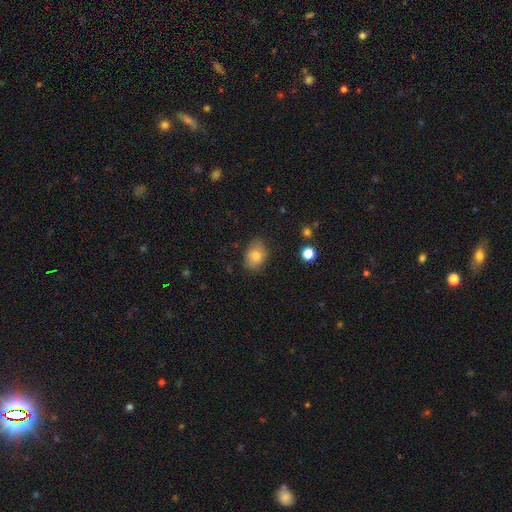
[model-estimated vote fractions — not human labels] Smooth or featured?
  - smooth: 80% *
  - featured or disk: 10%
  - star or artifact: 9%
How rounded?
  - in between: 65% *
  - round: 34%
  - cigar-shaped: 1%
Merging?
  - none: 77% *
  - minor disturbance: 17%
  - major disturbance: 4%
  - merger: 1%